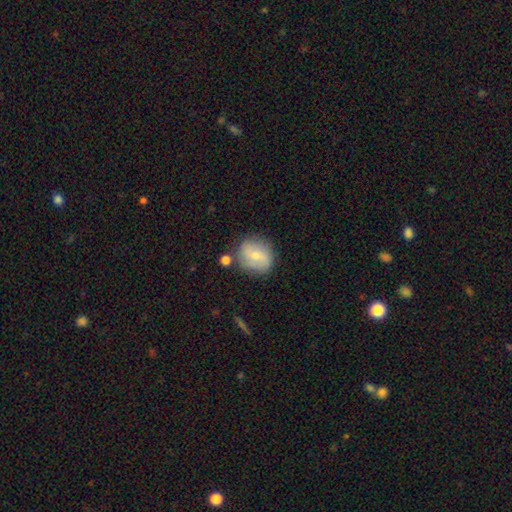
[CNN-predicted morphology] Overall: smooth (56%; featured or disk 36%). How rounded: round (76%). Merging: none (71%).